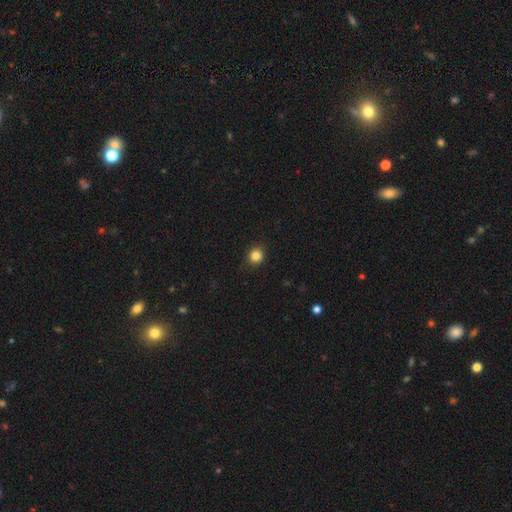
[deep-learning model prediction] A smooth galaxy with no disk features (84%) that is round (88%). Merging: none (90%).